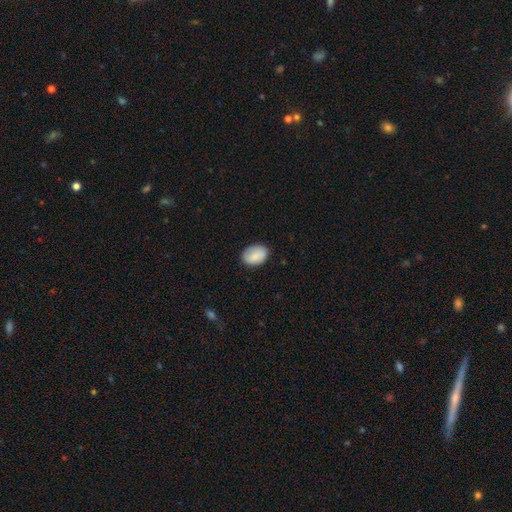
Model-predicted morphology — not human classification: Smooth or featured? smooth (86%)
How rounded? in between (82%)
Merging? none (84%)